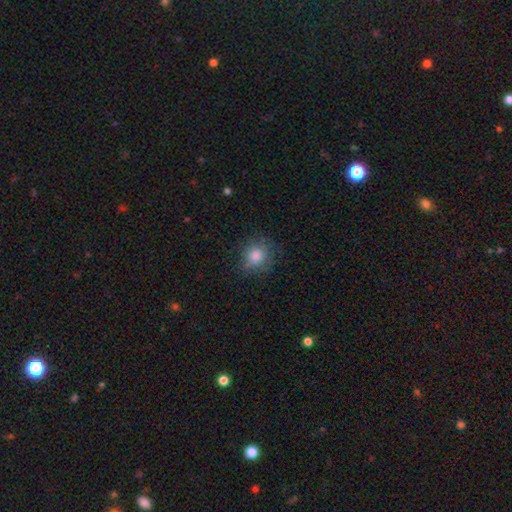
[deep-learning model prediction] Smooth or featured? Predicted: smooth (p=0.81). How rounded? Predicted: round (p=0.84). Merging? Predicted: none (p=0.75).